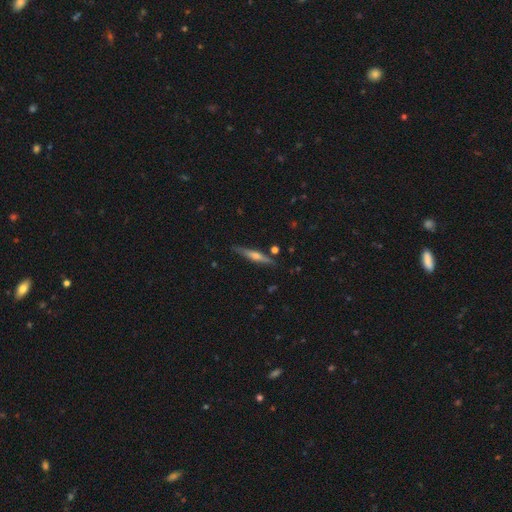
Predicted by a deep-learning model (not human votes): Smooth or featured? Predicted: featured or disk (p=0.63). Edge-on disk? Predicted: yes (p=0.96). Edge-on bulge? Predicted: rounded (p=0.83). Merging? Predicted: none (p=0.85).